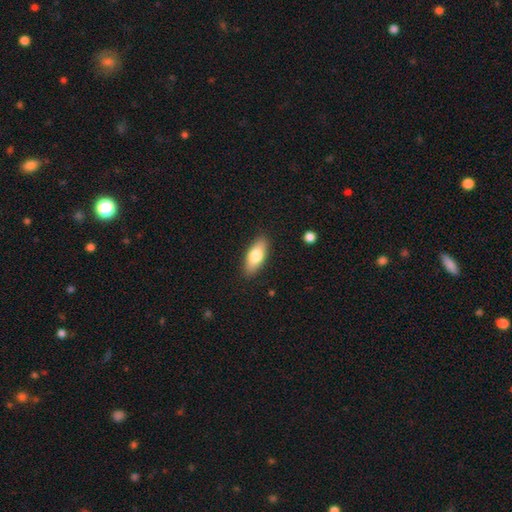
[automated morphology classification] type=smooth (73%); roundness=in between (79%); merging=none (88%).